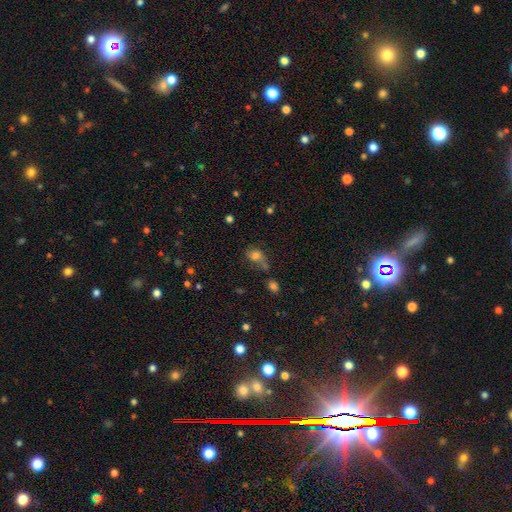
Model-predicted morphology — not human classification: Smooth or featured? Predicted: smooth (p=0.67). How rounded? Predicted: in between (p=0.57). Merging? Predicted: none (p=0.41).